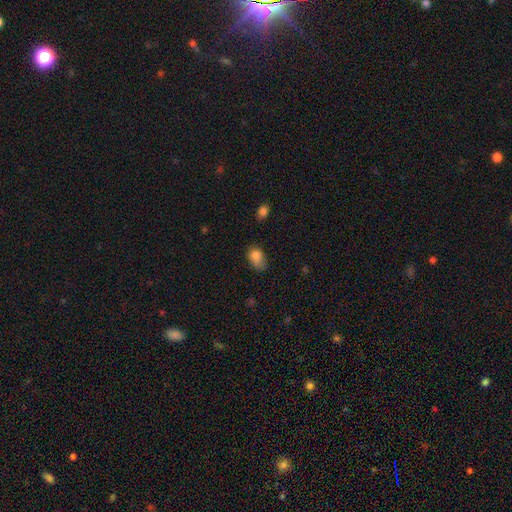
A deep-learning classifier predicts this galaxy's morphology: Smooth or featured?
  - smooth: 80% *
  - star or artifact: 10%
  - featured or disk: 10%
How rounded?
  - in between: 78% *
  - round: 20%
  - cigar-shaped: 1%
Merging?
  - none: 42% *
  - minor disturbance: 37%
  - major disturbance: 16%
  - merger: 5%